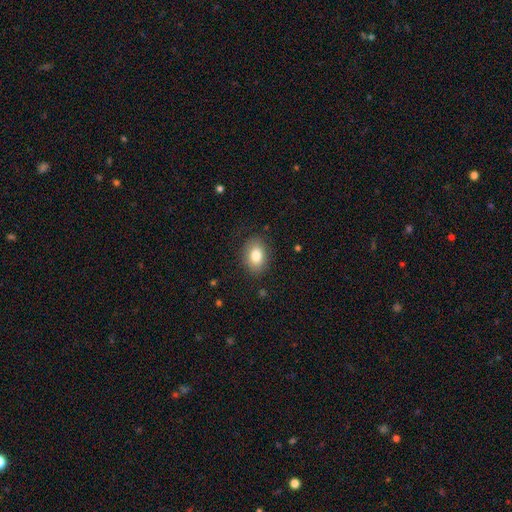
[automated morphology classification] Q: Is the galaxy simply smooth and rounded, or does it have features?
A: smooth — 81%.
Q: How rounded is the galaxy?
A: in between — 76%.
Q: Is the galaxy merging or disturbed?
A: none — 85%.